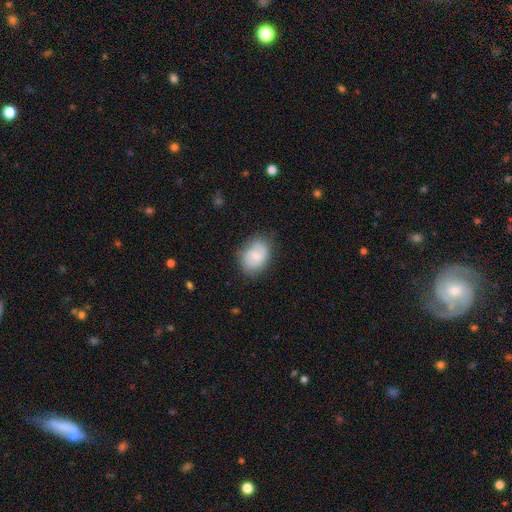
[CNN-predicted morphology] A smooth galaxy with no disk features (66%) that is in between round and cigar-shaped (67%).

Vote fractions:
- Smooth or featured? smooth: 66% / featured or disk: 27% / star or artifact: 7%
- How rounded? in between: 67% / round: 32% / cigar-shaped: 1%
- Merging? none: 73% / minor disturbance: 20% / major disturbance: 6% / merger: 2%